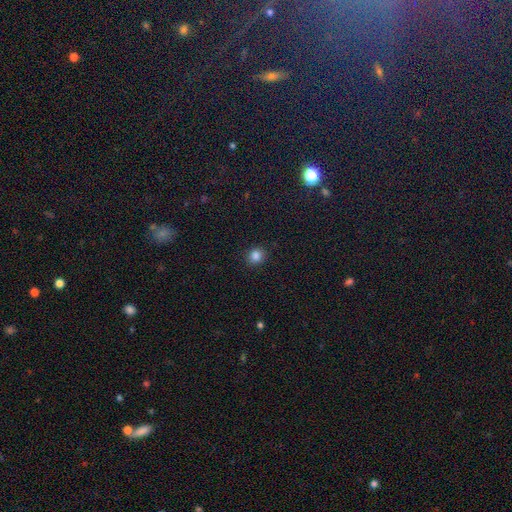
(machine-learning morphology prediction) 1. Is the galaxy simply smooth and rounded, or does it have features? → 84% smooth, 12% star or artifact, 4% featured or disk.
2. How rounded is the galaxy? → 81% round, 18% in between, 1% cigar-shaped.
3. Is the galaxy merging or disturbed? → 90% none, 7% minor disturbance, 2% major disturbance, 1% merger.